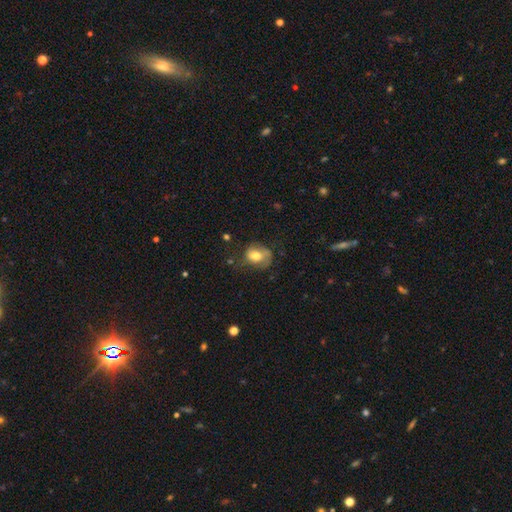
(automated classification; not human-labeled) Smooth or featured: smooth — 69% (featured or disk — 22%)
How rounded: in between — 51% (round — 48%)
Merging: none — 42% (minor disturbance — 33%)